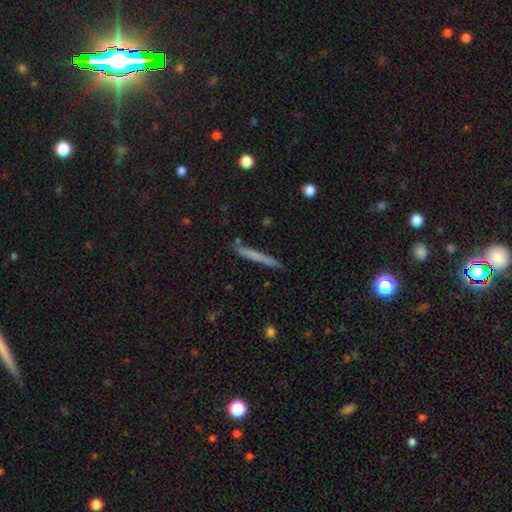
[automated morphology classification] smooth_or_featured: smooth (p=0.63) [alt: featured or disk p=0.30]
how_rounded: cigar-shaped (p=0.96) [alt: in between p=0.02]
merging: none (p=0.86) [alt: minor disturbance p=0.10]